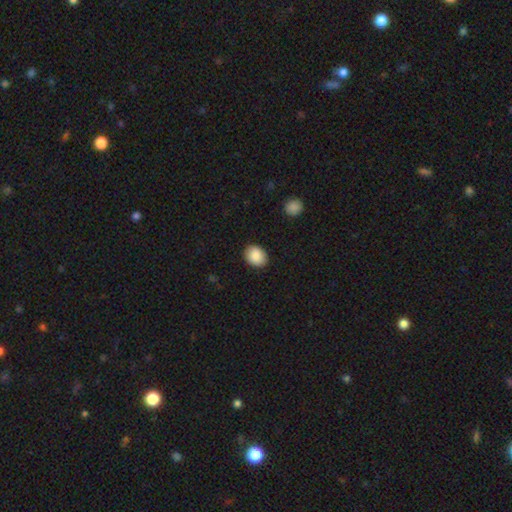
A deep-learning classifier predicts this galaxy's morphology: Q: Smooth or featured?
A: smooth (89%); runner-up: star or artifact (7%)
Q: How rounded?
A: in between (51%); runner-up: round (48%)
Q: Merging?
A: none (89%); runner-up: minor disturbance (8%)